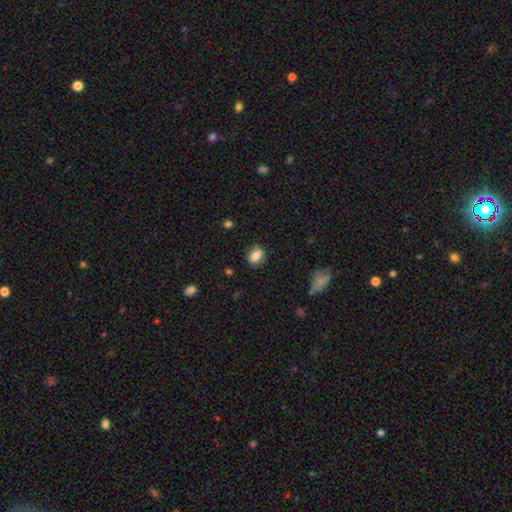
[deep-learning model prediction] Smooth or featured?
  - smooth: 75% *
  - featured or disk: 17%
  - star or artifact: 8%
How rounded?
  - in between: 65% *
  - round: 31%
  - cigar-shaped: 4%
Merging?
  - none: 81% *
  - minor disturbance: 14%
  - major disturbance: 4%
  - merger: 2%